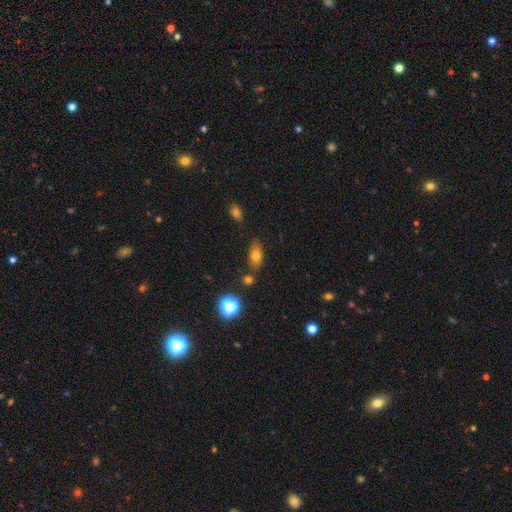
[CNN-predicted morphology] Smooth or featured? smooth (74%)
How rounded? in between (83%)
Merging? none (74%)